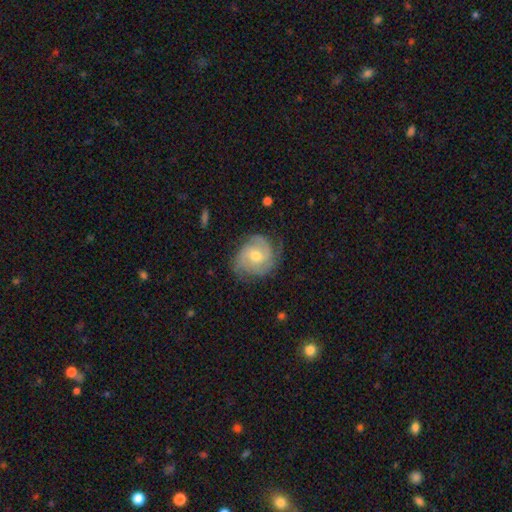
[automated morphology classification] Smooth or featured? Predicted: featured or disk (p=0.75). Edge-on disk? Predicted: no (p=0.97). Bar? Predicted: no (p=0.66). Spiral arms? Predicted: yes (p=0.94). Spiral winding? Predicted: tight (p=0.50). Spiral arm count? Predicted: 3 (p=0.39). Bulge size? Predicted: moderate (p=0.63). Merging? Predicted: none (p=0.71).